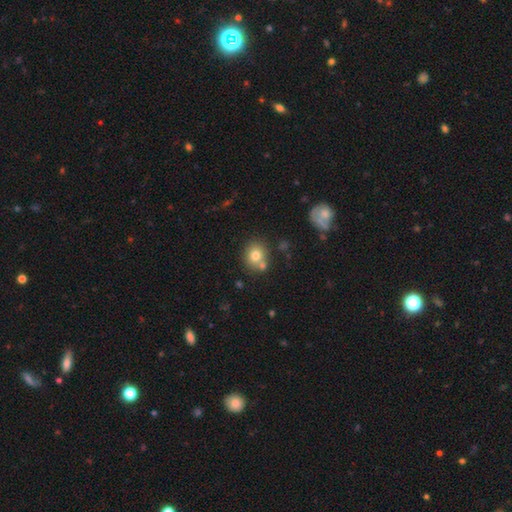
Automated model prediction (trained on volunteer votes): Morphology: type=smooth (77%); roundness=round (76%); merging=none (64%).